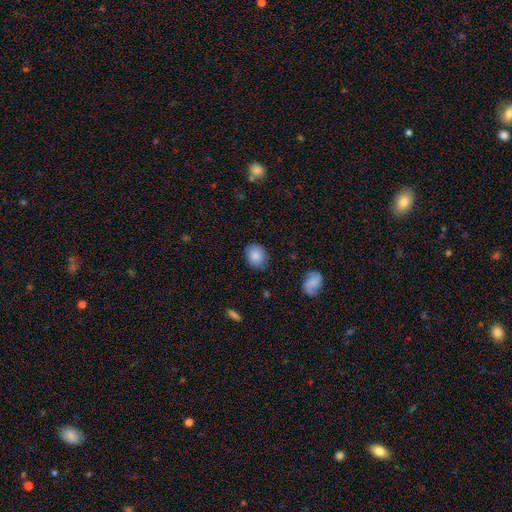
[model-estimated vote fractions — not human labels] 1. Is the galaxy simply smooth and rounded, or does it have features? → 84% smooth, 8% featured or disk, 8% star or artifact.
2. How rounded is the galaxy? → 53% round, 46% in between, 1% cigar-shaped.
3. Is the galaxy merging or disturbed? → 71% none, 23% minor disturbance, 4% major disturbance, 1% merger.